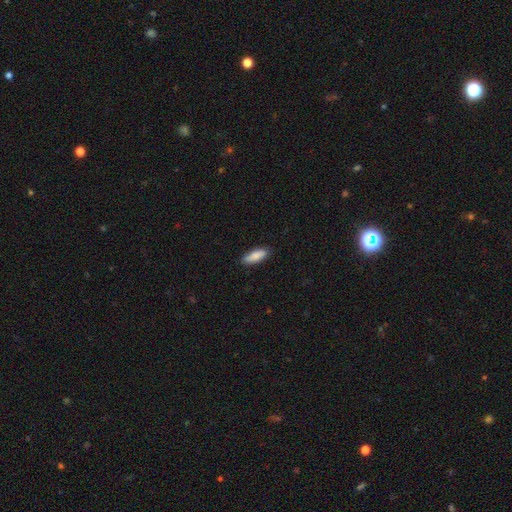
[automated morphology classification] A smooth galaxy with no disk features (85%) that is in between round and cigar-shaped (56%).

Vote fractions:
- Smooth or featured? smooth: 85% / featured or disk: 9% / star or artifact: 6%
- How rounded? in between: 56% / cigar-shaped: 42% / round: 2%
- Merging? none: 87% / minor disturbance: 10% / major disturbance: 2% / merger: 1%